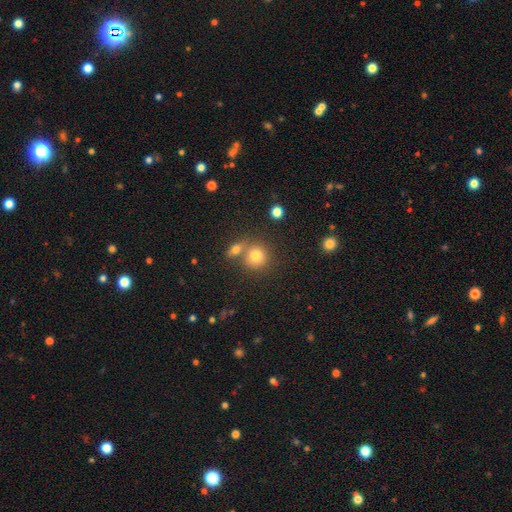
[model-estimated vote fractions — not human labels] Smooth or featured: smooth — 77% (star or artifact — 12%)
How rounded: round — 85% (in between — 14%)
Merging: none — 55% (merger — 32%)